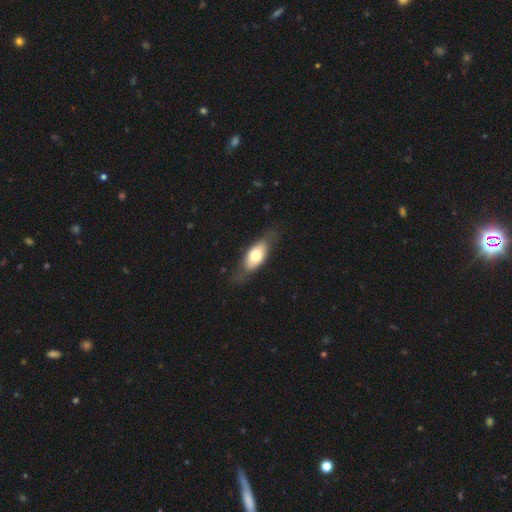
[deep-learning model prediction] smooth 63%, featured or disk 31%, star or artifact 6%. Down the decision tree: how rounded — in between (83%); merging — none (74%).